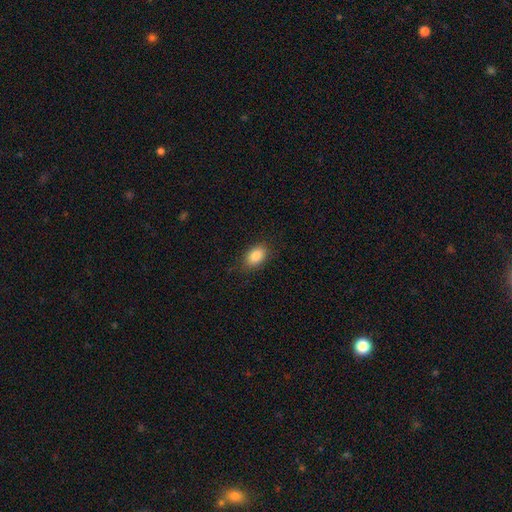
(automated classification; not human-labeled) A smooth galaxy with no disk features (87%) that is in between round and cigar-shaped (87%).

Vote fractions:
- Smooth or featured? smooth: 87% / star or artifact: 8% / featured or disk: 5%
- How rounded? in between: 87% / round: 12% / cigar-shaped: 1%
- Merging? none: 83% / minor disturbance: 13% / major disturbance: 3% / merger: 1%